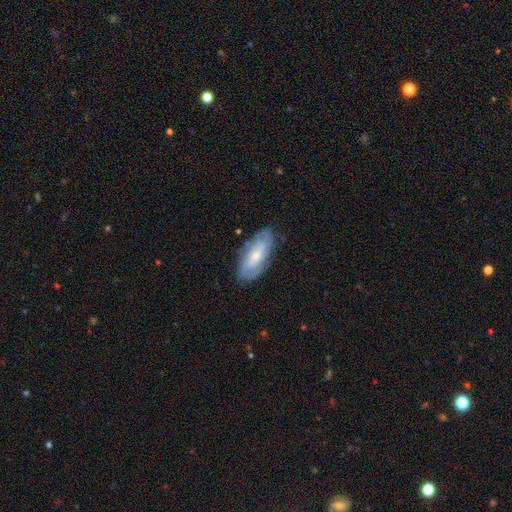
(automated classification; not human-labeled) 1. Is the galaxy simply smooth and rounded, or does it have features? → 60% featured or disk, 34% smooth, 6% star or artifact.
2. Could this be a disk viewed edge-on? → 88% no, 12% yes.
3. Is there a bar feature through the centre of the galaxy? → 51% no, 35% weak, 14% strong.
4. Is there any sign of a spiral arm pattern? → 75% yes, 25% no.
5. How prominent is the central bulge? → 58% small, 35% moderate, 3% large, 3% none, 1% dominant.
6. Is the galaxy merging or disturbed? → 78% none, 16% minor disturbance, 4% major disturbance, 2% merger.